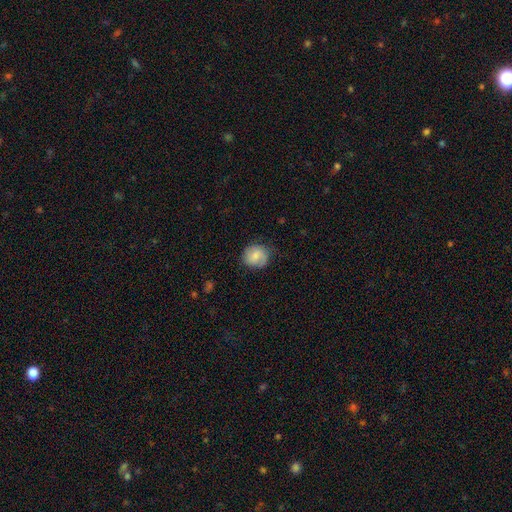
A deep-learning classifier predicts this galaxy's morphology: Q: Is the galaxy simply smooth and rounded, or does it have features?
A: smooth — 60%.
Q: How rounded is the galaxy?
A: round — 81%.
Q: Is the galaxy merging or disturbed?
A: none — 72%.